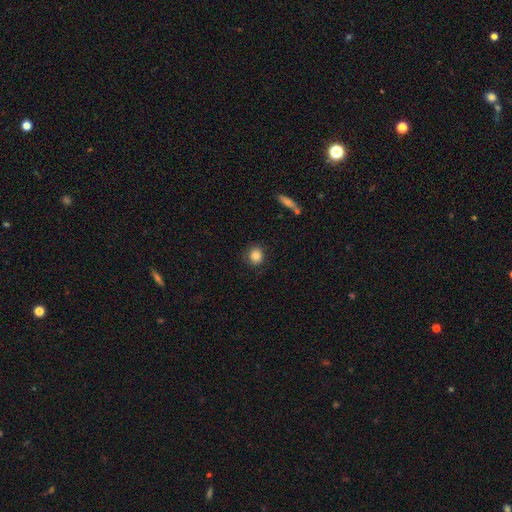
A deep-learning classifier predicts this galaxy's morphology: A smooth galaxy with no disk features (84%) that is round (85%).

Vote fractions:
- Smooth or featured? smooth: 84% / star or artifact: 9% / featured or disk: 7%
- How rounded? round: 85% / in between: 14% / cigar-shaped: 1%
- Merging? none: 83% / minor disturbance: 13% / major disturbance: 3% / merger: 1%